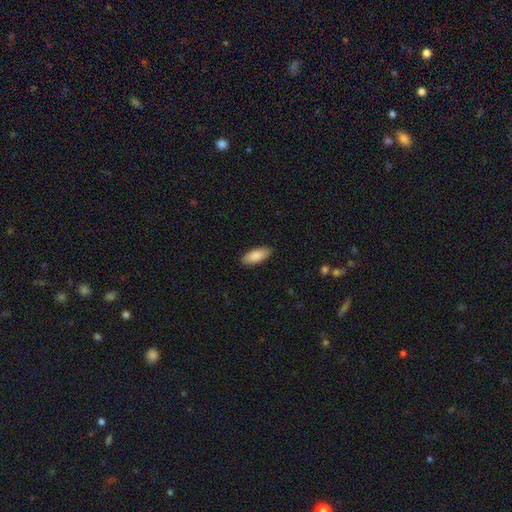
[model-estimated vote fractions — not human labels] The model was most divided on "how rounded": in between: 81%, cigar-shaped: 18%, round: 2%. More confident: smooth or featured — smooth (88%); merging — none (88%).